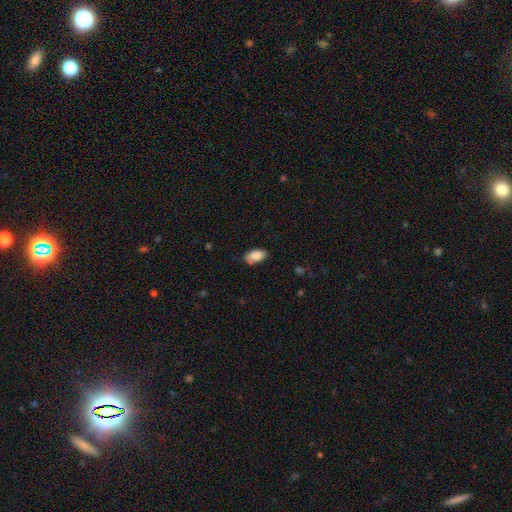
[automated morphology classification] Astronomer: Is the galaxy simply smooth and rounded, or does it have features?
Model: smooth — 84%.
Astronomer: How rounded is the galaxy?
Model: in between — 93%.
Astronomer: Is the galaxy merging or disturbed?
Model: none — 71%.